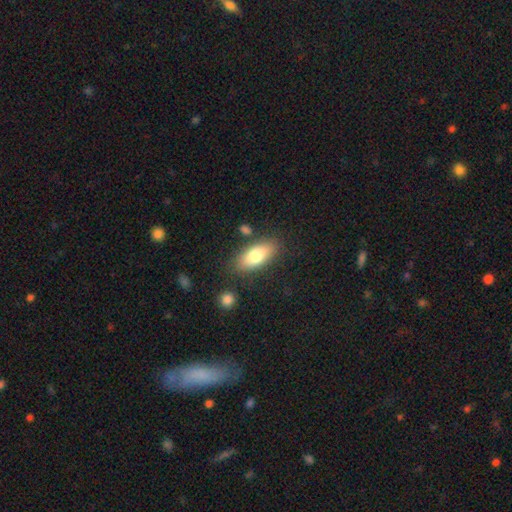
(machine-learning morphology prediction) type=smooth (77%); roundness=in between (84%); merging=none (80%).